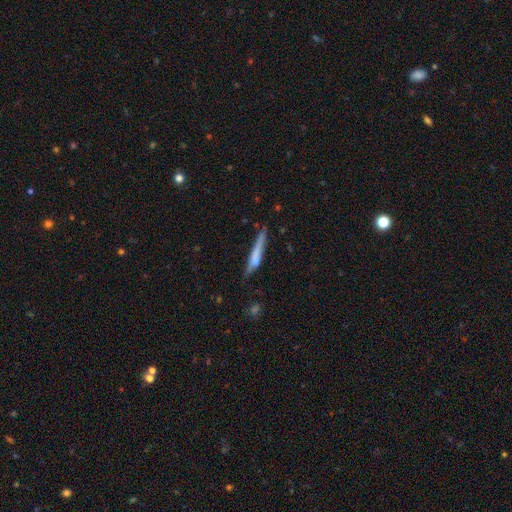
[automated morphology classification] Overall: smooth (58%; featured or disk 36%). How rounded: cigar-shaped (92%). Merging: none (62%; minor disturbance 26%).